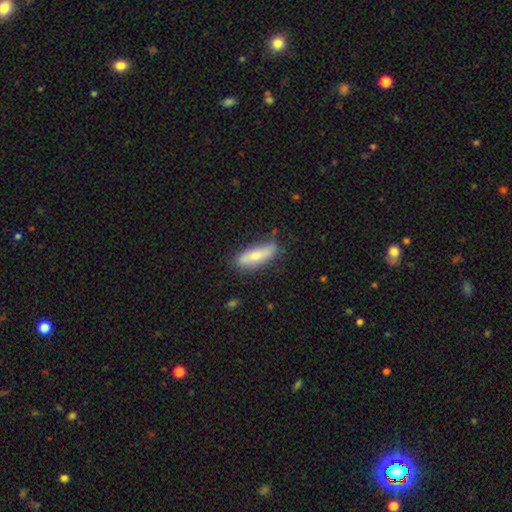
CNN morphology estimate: This appears to be a smooth galaxy with no disk features (63%) that is in between round and cigar-shaped (57%). Merging: none (70%).